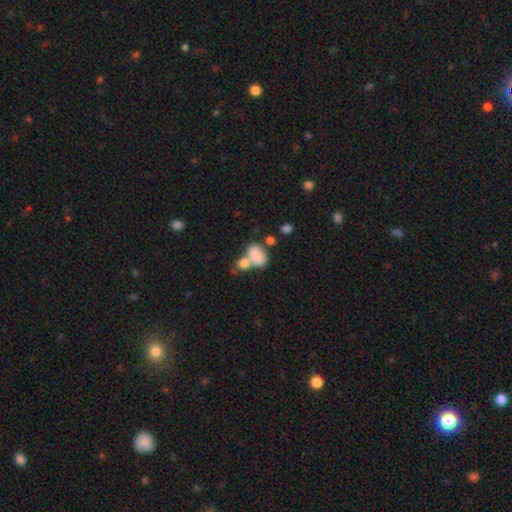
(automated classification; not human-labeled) Smooth or featured? Predicted: smooth (p=0.81). How rounded? Predicted: in between (p=0.85). Merging? Predicted: merger (p=0.56).